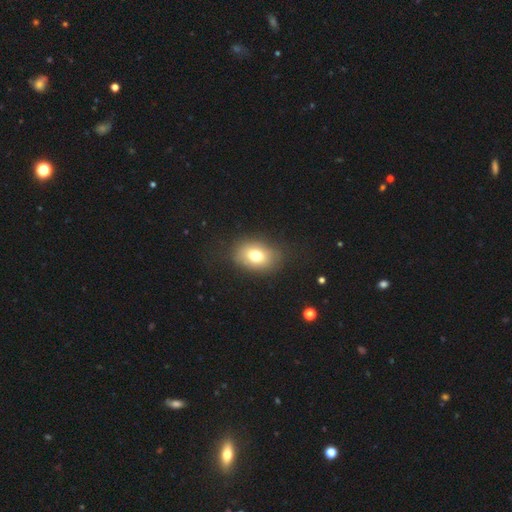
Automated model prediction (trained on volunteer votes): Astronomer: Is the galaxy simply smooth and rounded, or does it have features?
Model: smooth — 74%.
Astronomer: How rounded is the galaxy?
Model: in between — 71%.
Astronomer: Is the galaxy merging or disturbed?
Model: none — 80%.